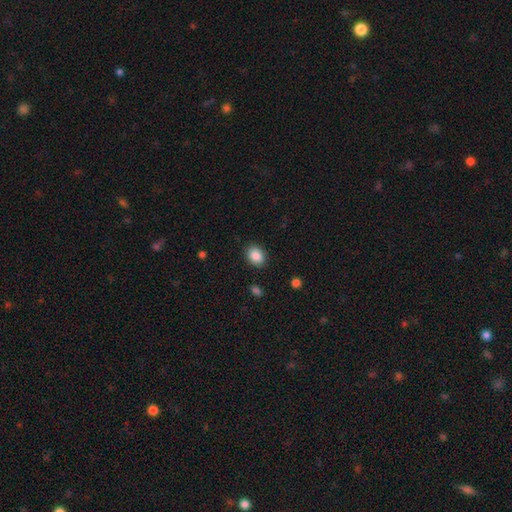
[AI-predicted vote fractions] smooth 87%, star or artifact 8%, featured or disk 4%. Down the decision tree: how rounded — in between (64%); merging — none (87%).